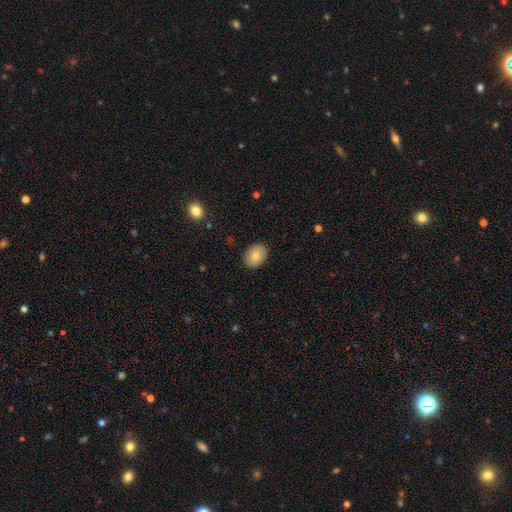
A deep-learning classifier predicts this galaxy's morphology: The model was most divided on "how rounded": in between: 66%, round: 33%, cigar-shaped: 1%. More confident: merging — none (88%); smooth or featured — smooth (78%).